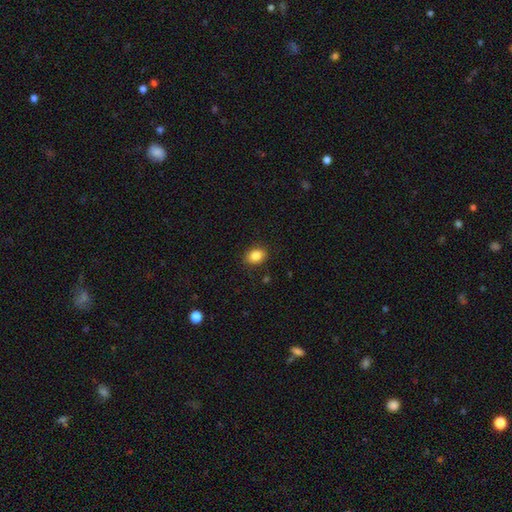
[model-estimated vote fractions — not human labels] smooth-or-featured: smooth: 85% | star or artifact: 9% | featured or disk: 6%
  how-rounded: in between: 70% | round: 29% | cigar-shaped: 1%
  merging: none: 87% | minor disturbance: 9% | major disturbance: 2% | merger: 1%